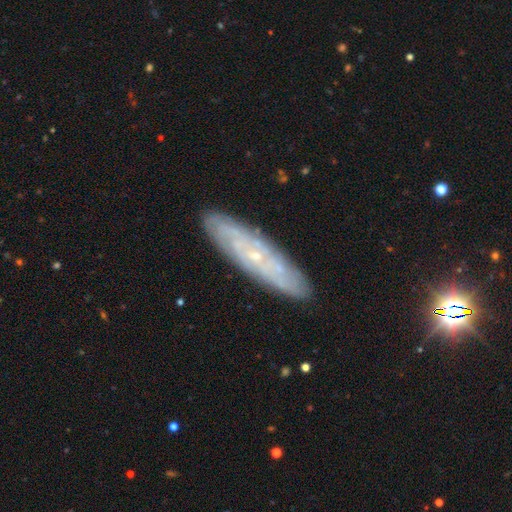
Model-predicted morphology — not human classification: This is likely a featured or disk galaxy (74%). It is likely not viewed edge-on (71%). Bar: likely no (78%). Spiral arm pattern: clearly yes (85%). Central bulge: clearly small (87%). Merging: clearly none (87%).